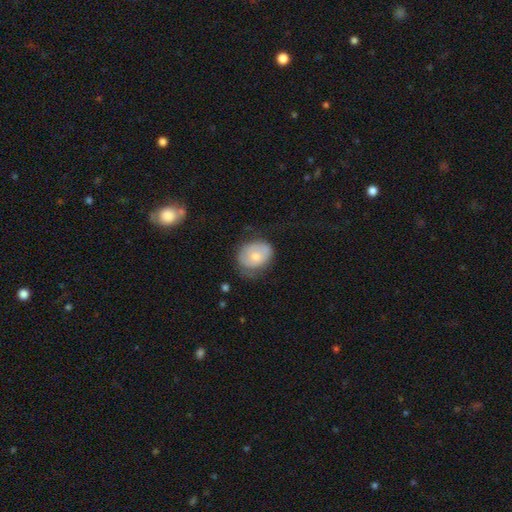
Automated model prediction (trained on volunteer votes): Smooth or featured? Predicted: smooth (p=0.62). How rounded? Predicted: in between (p=0.54). Merging? Predicted: none (p=0.54).